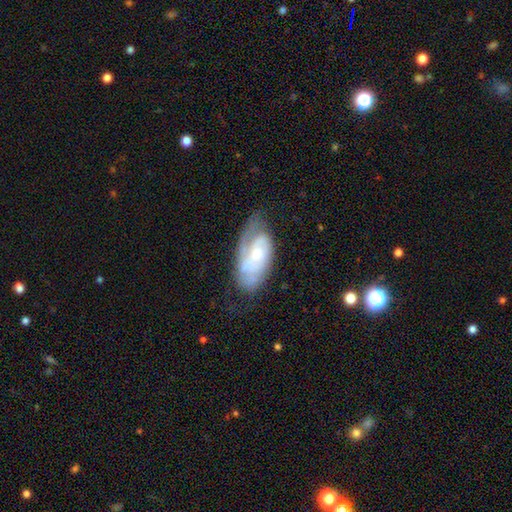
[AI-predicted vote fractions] A featured or disk galaxy (70%) with no bar (64%), 2 (36%) tight (49%) spiral arms (84%) and a small central bulge (46%).

Vote fractions:
- Smooth or featured? featured or disk: 70% / smooth: 24% / star or artifact: 6%
- Edge-on disk? no: 94% / yes: 6%
- Bar? no: 64% / weak: 30% / strong: 6%
- Spiral arms? yes: 84% / no: 16%
- Spiral winding? tight: 49% / medium: 36% / loose: 15%
- Spiral arm count? 2: 36% / can't tell: 30% / 1: 24% / 3: 6% / 4: 2% / more than 4: 2%
- Bulge size? small: 46% / moderate: 43% / none: 5% / large: 5% / dominant: 1%
- Merging? none: 50% / minor disturbance: 29% / major disturbance: 18% / merger: 3%